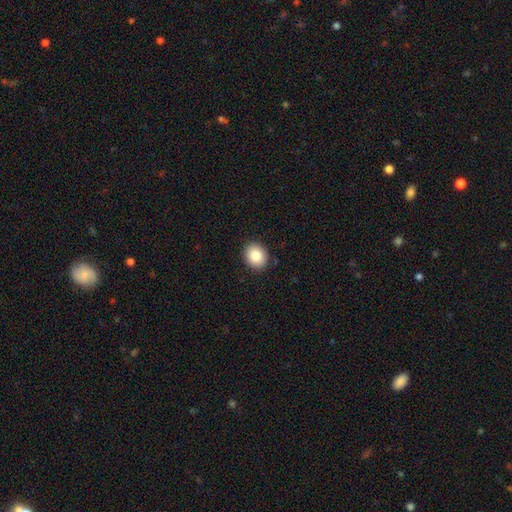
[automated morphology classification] This is clearly a smooth galaxy (85%). How rounded: likely round (66%). Merging: clearly none (90%).